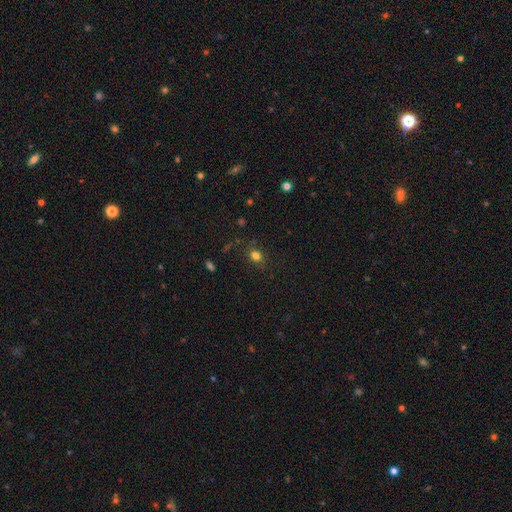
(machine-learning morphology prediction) The model was most divided on "how rounded": in between: 51%, round: 48%, cigar-shaped: 1%. More confident: merging — none (82%); smooth or featured — smooth (78%).